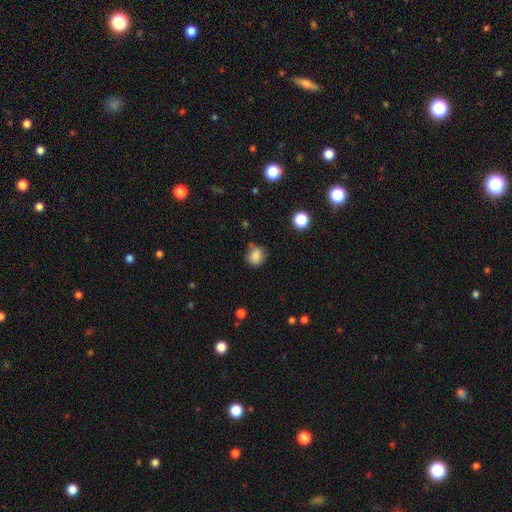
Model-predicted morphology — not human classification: smooth 84%, star or artifact 11%, featured or disk 5%. Down the decision tree: how rounded — round (72%); merging — none (71%).